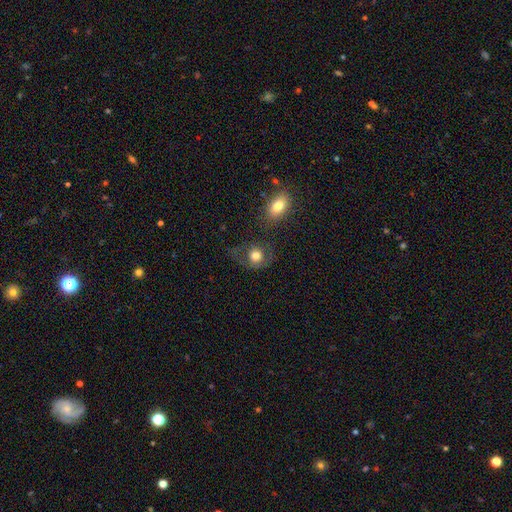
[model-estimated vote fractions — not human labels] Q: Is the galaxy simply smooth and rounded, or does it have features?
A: smooth — 70%.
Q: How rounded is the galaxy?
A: round — 75%.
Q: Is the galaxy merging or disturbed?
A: none — 53%.